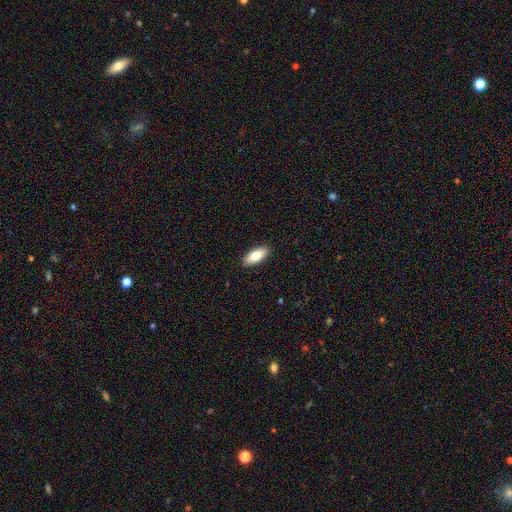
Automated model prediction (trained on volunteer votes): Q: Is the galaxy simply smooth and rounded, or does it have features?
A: smooth — 79%.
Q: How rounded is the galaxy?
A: in between — 80%.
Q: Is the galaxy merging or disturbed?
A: none — 90%.